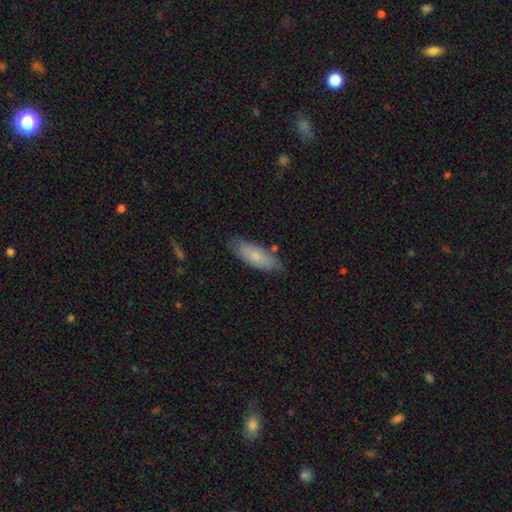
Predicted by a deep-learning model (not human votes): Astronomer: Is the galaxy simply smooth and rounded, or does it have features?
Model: smooth — 75%.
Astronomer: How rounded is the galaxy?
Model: in between — 66%.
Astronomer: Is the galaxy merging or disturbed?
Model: none — 77%.